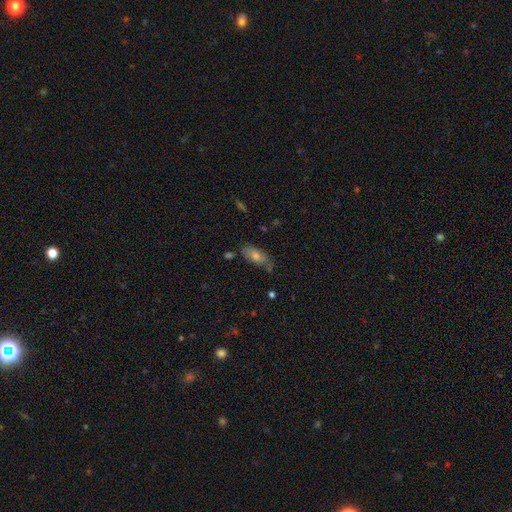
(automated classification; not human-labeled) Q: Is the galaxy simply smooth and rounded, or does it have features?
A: smooth — 59%.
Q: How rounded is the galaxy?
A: in between — 77%.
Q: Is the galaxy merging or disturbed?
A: none — 65%.